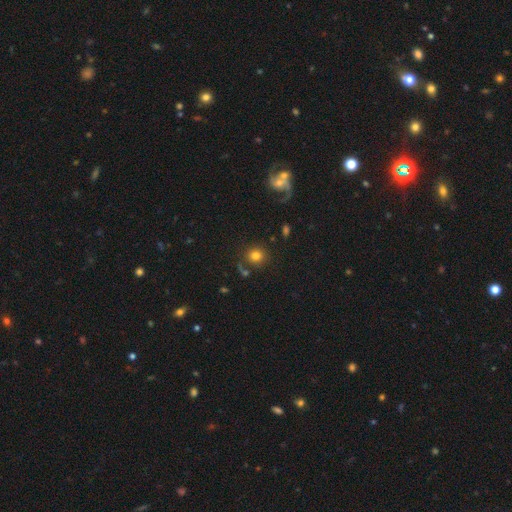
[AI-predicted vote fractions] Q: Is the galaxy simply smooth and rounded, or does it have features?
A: smooth — 76%.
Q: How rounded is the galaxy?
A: round — 88%.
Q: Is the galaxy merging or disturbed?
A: none — 72%.